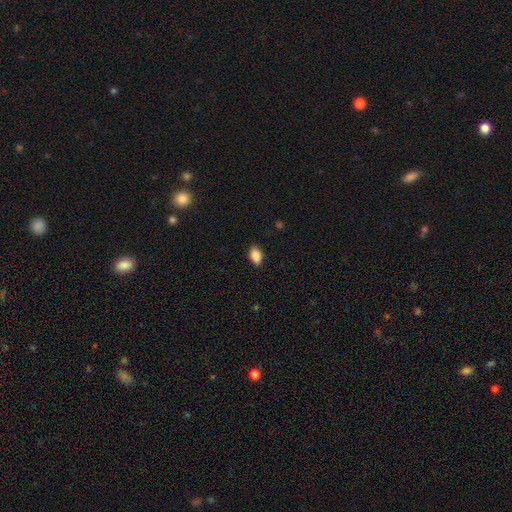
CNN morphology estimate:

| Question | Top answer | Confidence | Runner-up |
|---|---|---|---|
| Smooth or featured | smooth | 89% | star or artifact (8%) |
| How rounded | in between | 89% | round (9%) |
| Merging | none | 87% | minor disturbance (9%) |